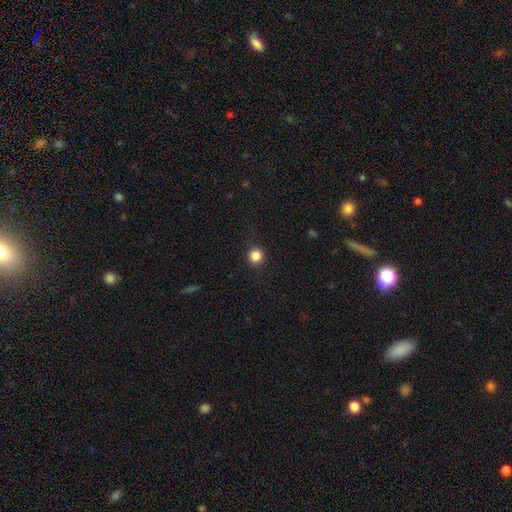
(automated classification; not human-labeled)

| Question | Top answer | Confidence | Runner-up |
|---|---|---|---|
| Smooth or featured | smooth | 86% | star or artifact (11%) |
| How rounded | round | 93% | in between (6%) |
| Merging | none | 91% | minor disturbance (6%) |